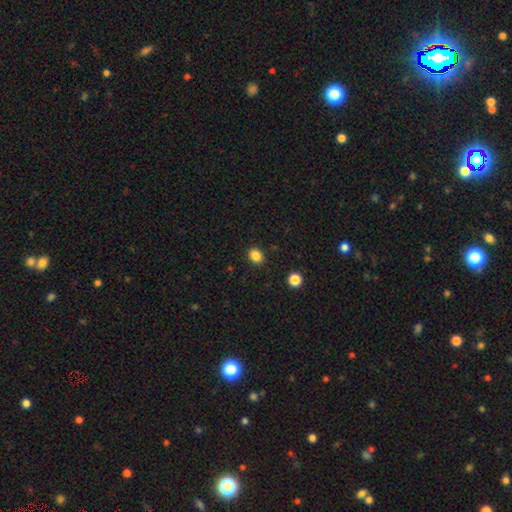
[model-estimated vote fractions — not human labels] The model was most divided on "how rounded": round: 57%, in between: 42%, cigar-shaped: 1%. More confident: merging — none (89%); smooth or featured — smooth (85%).